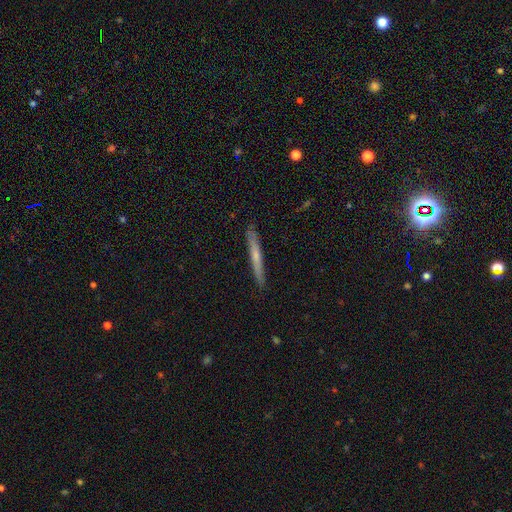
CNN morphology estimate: A smooth galaxy with no disk features (49%). Merging: none (89%).